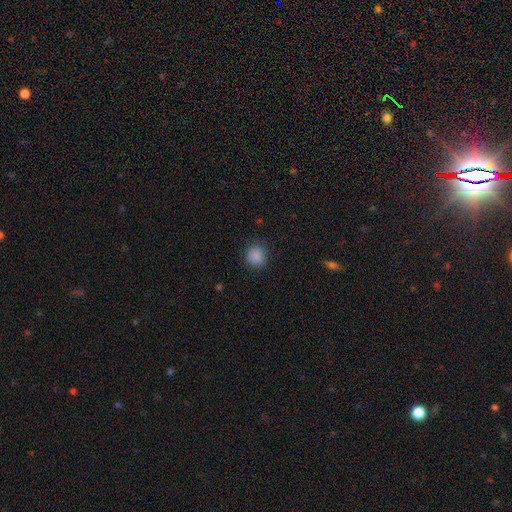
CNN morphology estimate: Overall: smooth (87%). How rounded: round (87%). Merging: none (85%).